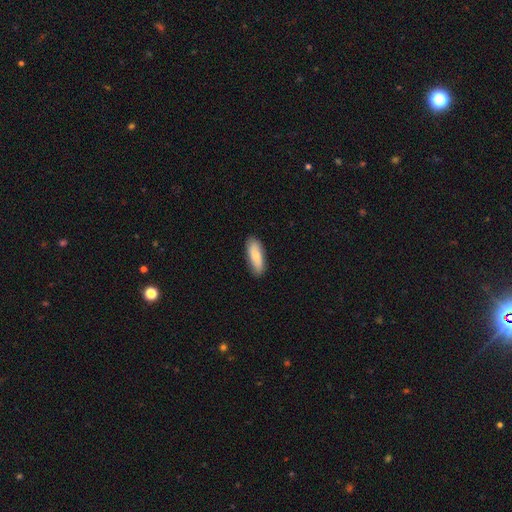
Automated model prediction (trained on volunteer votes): A smooth galaxy with no disk features (79%) that is in between round and cigar-shaped (64%).

Vote fractions:
- Smooth or featured? smooth: 79% / featured or disk: 16% / star or artifact: 6%
- How rounded? in between: 64% / cigar-shaped: 34% / round: 2%
- Merging? none: 85% / minor disturbance: 12% / major disturbance: 2% / merger: 1%